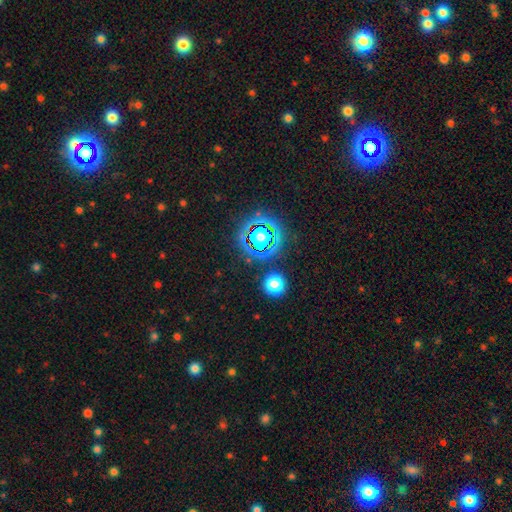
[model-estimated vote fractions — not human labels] Overall: star or artifact (78%).